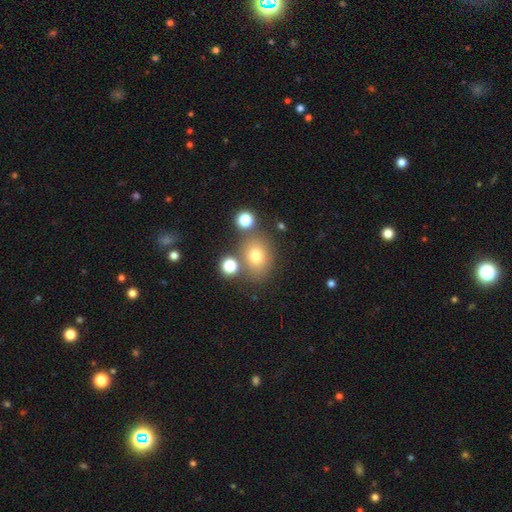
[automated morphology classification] This appears to be a smooth galaxy with no disk features (72%) that is round (56%). Merging: none (70%).